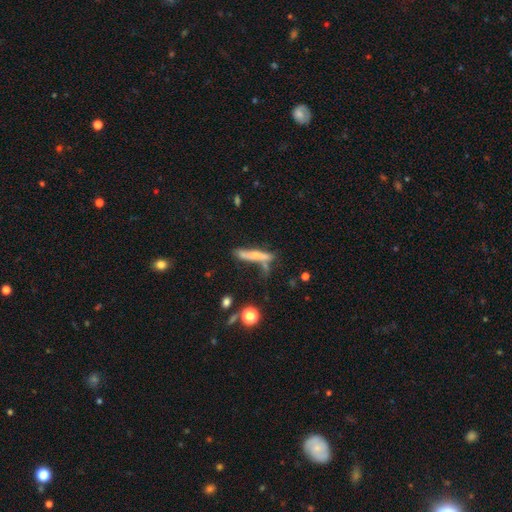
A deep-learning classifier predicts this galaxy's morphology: smooth 46%, featured or disk 45%, star or artifact 8%. Down the decision tree: merging — none (54%).